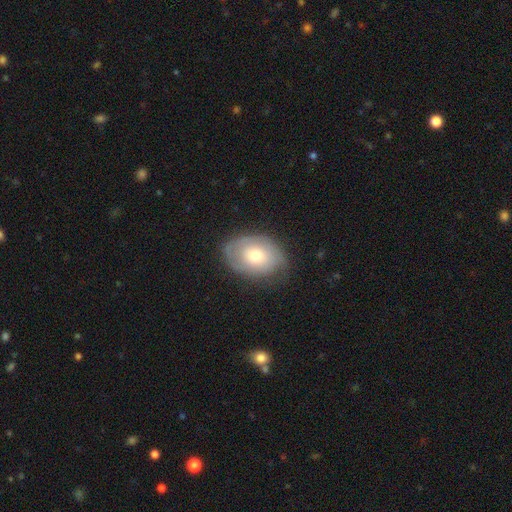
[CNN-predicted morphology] smooth-or-featured: smooth: 53% | featured or disk: 40% | star or artifact: 7%
  how-rounded: in between: 73% | round: 26% | cigar-shaped: 1%
  merging: none: 70% | minor disturbance: 23% | major disturbance: 6% | merger: 1%